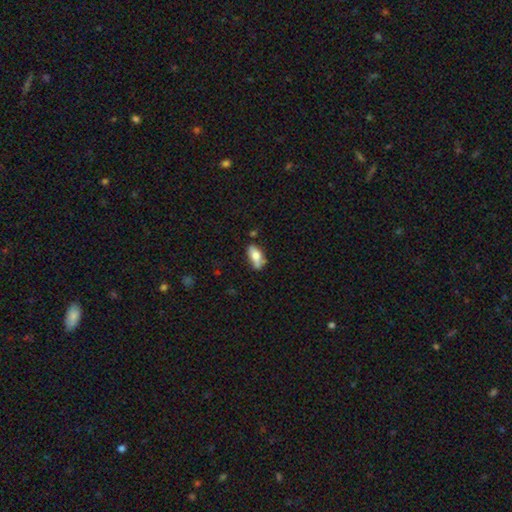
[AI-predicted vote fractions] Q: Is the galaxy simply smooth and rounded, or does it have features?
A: smooth — 71%.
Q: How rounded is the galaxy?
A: in between — 88%.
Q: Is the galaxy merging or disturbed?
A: none — 48%.